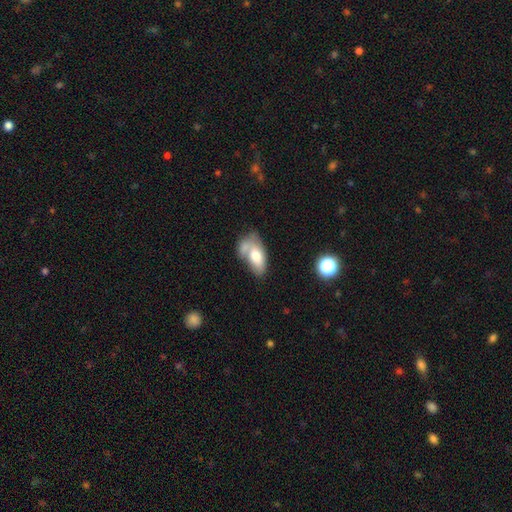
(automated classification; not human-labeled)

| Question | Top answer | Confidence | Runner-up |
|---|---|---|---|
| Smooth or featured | smooth | 69% | featured or disk (24%) |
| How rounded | in between | 90% | round (5%) |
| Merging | merger | 40% | none (26%) |